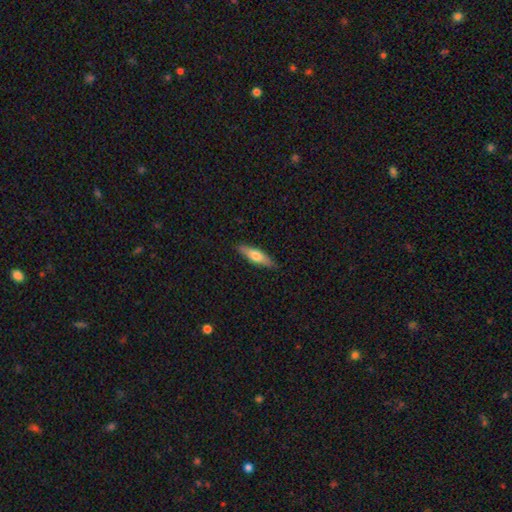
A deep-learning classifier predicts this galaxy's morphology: Smooth or featured? Predicted: smooth (p=0.59). How rounded? Predicted: cigar-shaped (p=0.65). Merging? Predicted: none (p=0.88).